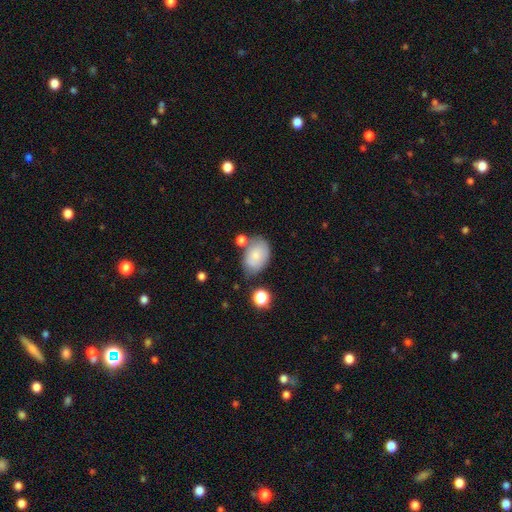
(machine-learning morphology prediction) This appears to be a smooth galaxy with no disk features (78%) that is in between round and cigar-shaped (84%). Merging: none (58%).